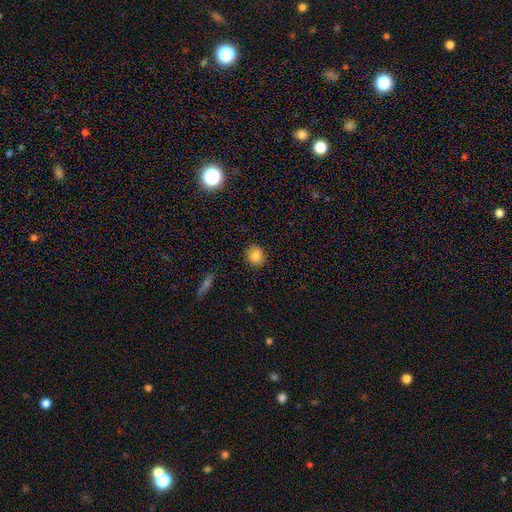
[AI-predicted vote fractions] Smooth or featured?
  - smooth: 83% *
  - star or artifact: 10%
  - featured or disk: 7%
How rounded?
  - round: 81% *
  - in between: 18%
  - cigar-shaped: 1%
Merging?
  - none: 87% *
  - minor disturbance: 10%
  - major disturbance: 2%
  - merger: 1%